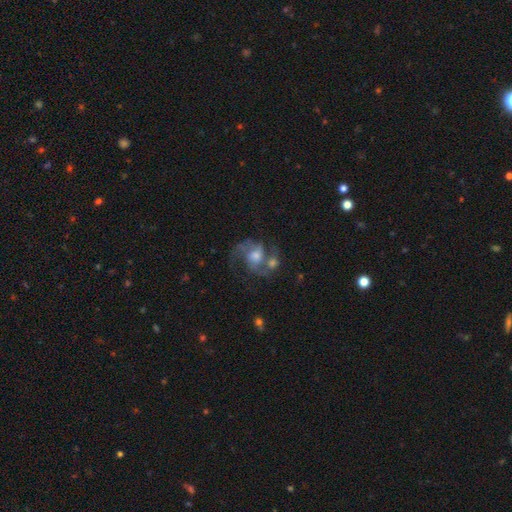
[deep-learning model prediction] Overall: featured or disk (80%). Edge-on disk: no (98%). Bar: no (56%; weak 36%). Spiral arms: yes (93%). Spiral arm count: 2 (80%). Spiral winding: medium (57%; loose 28%). Bulge size: moderate (53%; small 23%). Merging: none (45%; merger 26%).